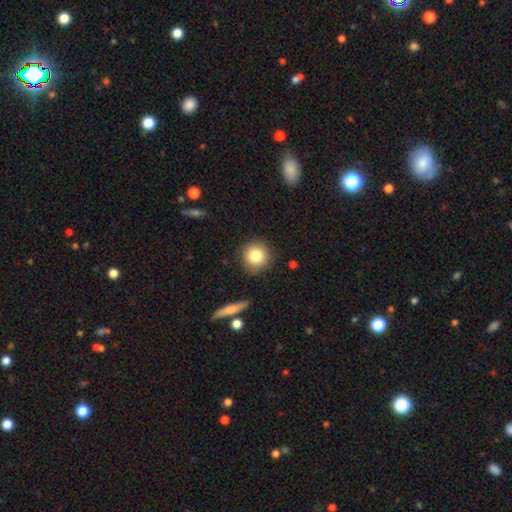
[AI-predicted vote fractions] smooth-or-featured: smooth: 81% | star or artifact: 9% | featured or disk: 9%
  how-rounded: round: 92% | in between: 7% | cigar-shaped: 1%
  merging: none: 88% | minor disturbance: 8% | major disturbance: 2% | merger: 2%